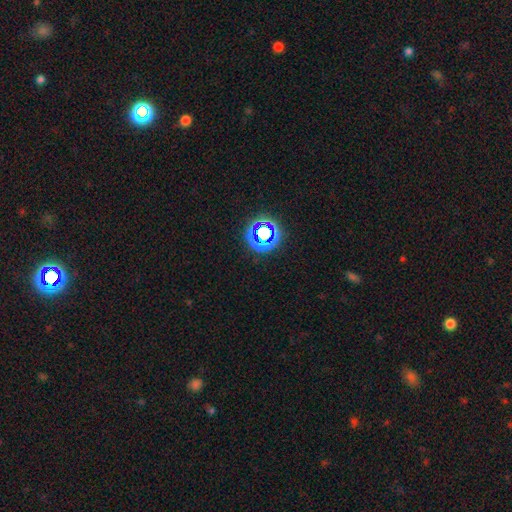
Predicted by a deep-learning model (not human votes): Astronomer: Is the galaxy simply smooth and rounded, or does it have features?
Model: star or artifact — 68%.